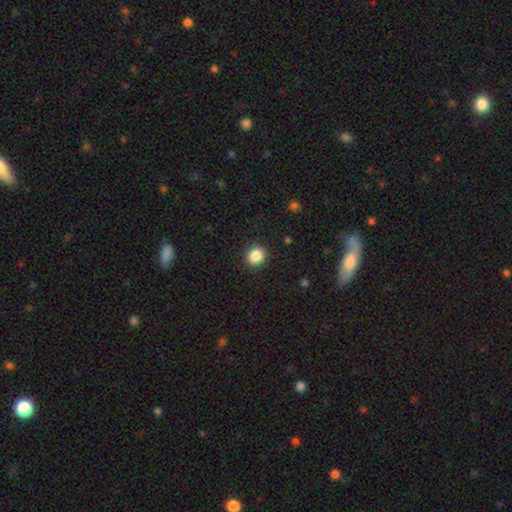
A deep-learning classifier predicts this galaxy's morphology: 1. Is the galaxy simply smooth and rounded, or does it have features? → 87% smooth, 10% star or artifact, 4% featured or disk.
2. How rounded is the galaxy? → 79% round, 20% in between, 1% cigar-shaped.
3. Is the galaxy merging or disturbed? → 91% none, 6% minor disturbance, 2% major disturbance, 1% merger.